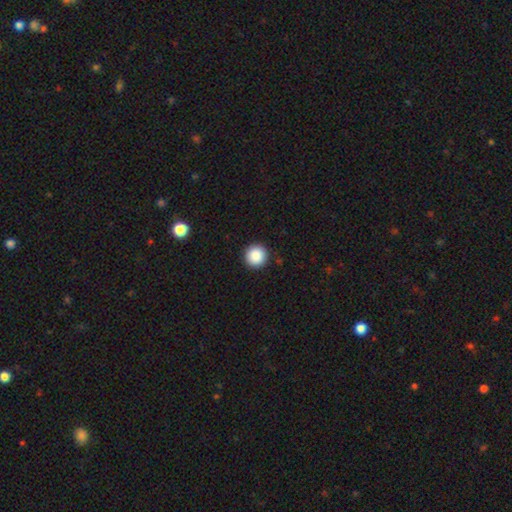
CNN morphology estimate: smooth-or-featured: smooth: 88% | star or artifact: 9% | featured or disk: 3%
  how-rounded: round: 96% | in between: 3% | cigar-shaped: 1%
  merging: none: 93% | minor disturbance: 5% | major disturbance: 2% | merger: 1%